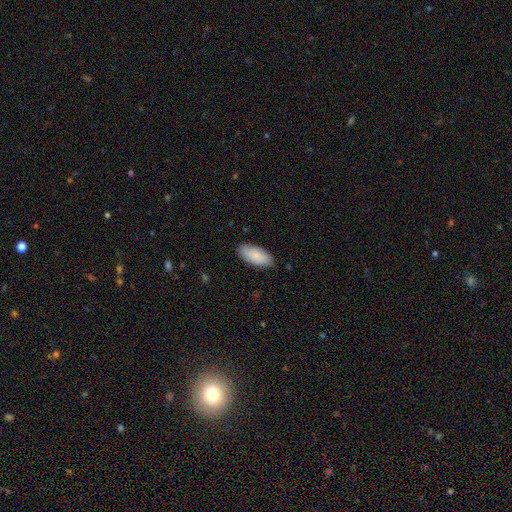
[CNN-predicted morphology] Smooth or featured? Predicted: smooth (p=0.87). How rounded? Predicted: in between (p=0.90). Merging? Predicted: none (p=0.84).